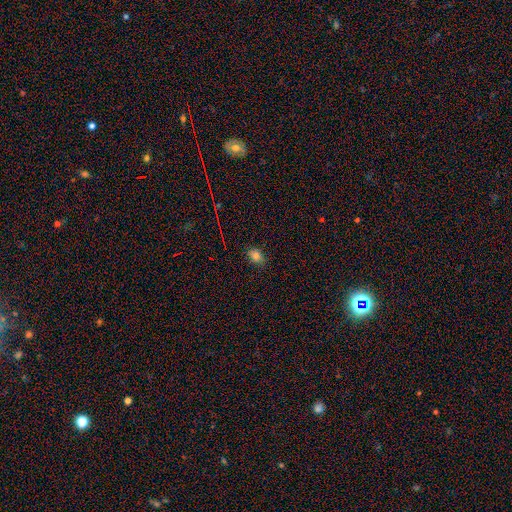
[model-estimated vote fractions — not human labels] smooth 77%, star or artifact 17%, featured or disk 6%. Down the decision tree: how rounded — in between (68%); merging — none (78%).